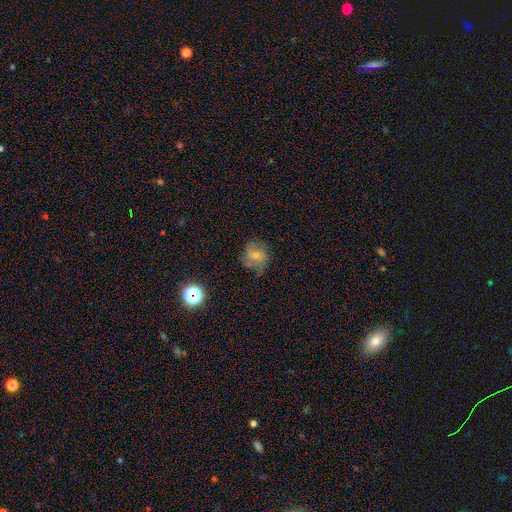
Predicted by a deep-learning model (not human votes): Smooth or featured? Predicted: featured or disk (p=0.47). Merging? Predicted: none (p=0.62).